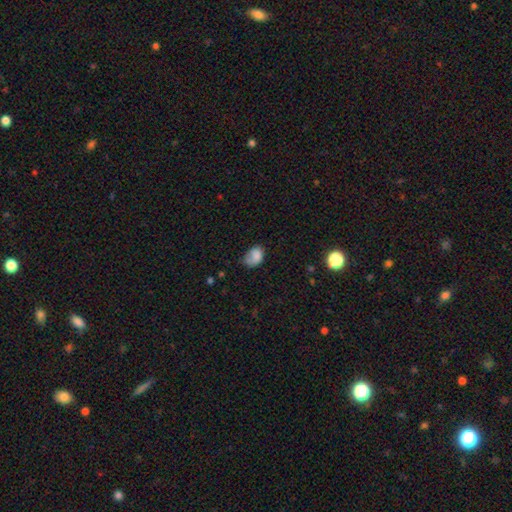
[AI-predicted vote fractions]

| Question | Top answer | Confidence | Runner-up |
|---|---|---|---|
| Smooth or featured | smooth | 79% | featured or disk (11%) |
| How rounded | in between | 76% | round (23%) |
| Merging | none | 42% | minor disturbance (38%) |